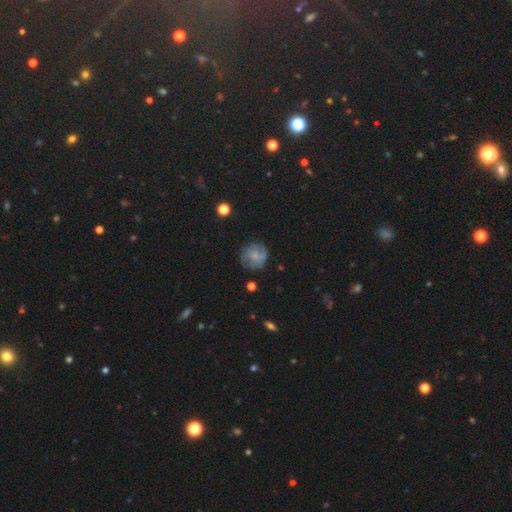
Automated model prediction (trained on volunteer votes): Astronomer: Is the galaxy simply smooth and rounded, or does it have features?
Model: smooth — 56% (runner-up: featured or disk, 34%).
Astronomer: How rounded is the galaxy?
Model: round — 87%.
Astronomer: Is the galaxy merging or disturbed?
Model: none — 71%.